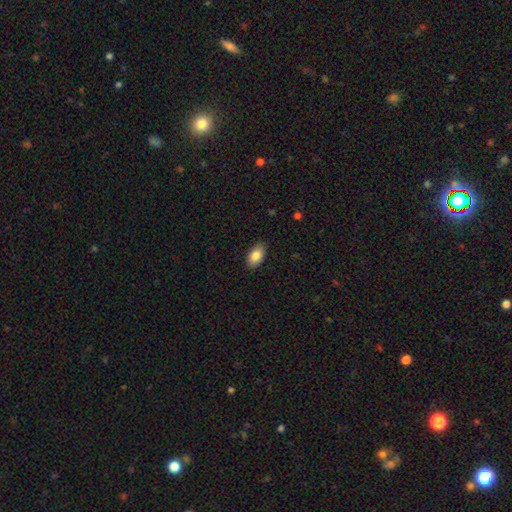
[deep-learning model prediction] This is clearly a smooth galaxy (85%). How rounded: clearly in between (93%). Merging: clearly none (88%).